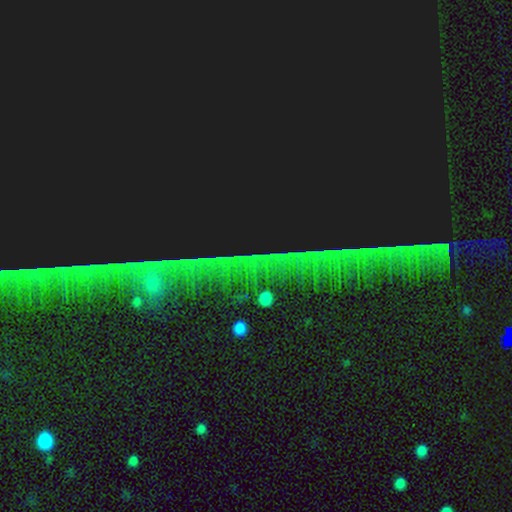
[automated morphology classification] A star or artifact, not a galaxy (84%).

Vote fractions:
- Smooth or featured? star or artifact: 84% / featured or disk: 9% / smooth: 8%